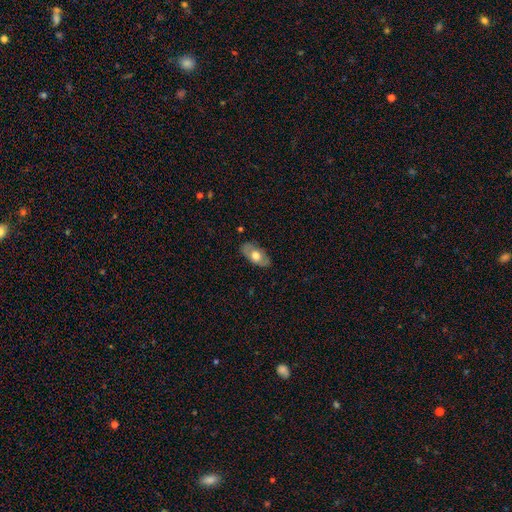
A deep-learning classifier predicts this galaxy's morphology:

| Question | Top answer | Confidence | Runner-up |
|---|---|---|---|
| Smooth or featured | smooth | 58% | featured or disk (36%) |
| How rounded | in between | 91% | round (5%) |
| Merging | none | 79% | minor disturbance (17%) |